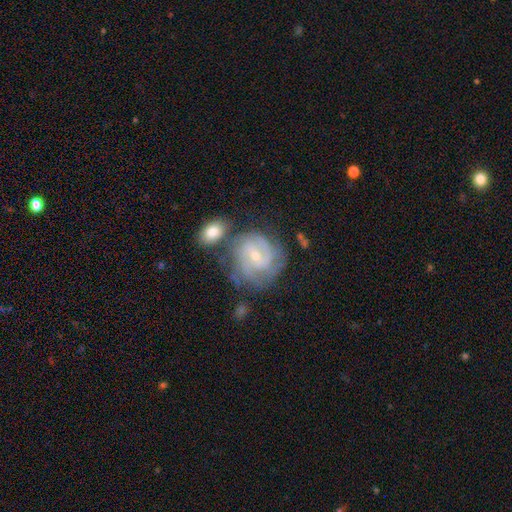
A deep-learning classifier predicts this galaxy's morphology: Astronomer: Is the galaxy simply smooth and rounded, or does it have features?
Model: featured or disk — 80%.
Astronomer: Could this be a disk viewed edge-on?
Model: no — 97%.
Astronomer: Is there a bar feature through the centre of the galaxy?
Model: no — 46% (runner-up: weak, 45%).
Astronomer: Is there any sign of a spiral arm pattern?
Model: yes — 94%.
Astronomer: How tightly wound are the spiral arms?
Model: tight — 55% (runner-up: medium, 36%).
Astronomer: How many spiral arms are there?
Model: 2 — 28%, tied with 3 at 28%.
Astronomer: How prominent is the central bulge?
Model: small — 65%.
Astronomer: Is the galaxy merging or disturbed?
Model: none — 59%.